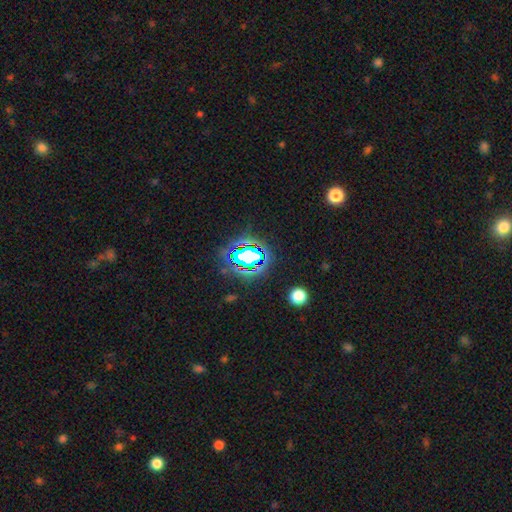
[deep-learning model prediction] Morphology: type=star or artifact (66%).